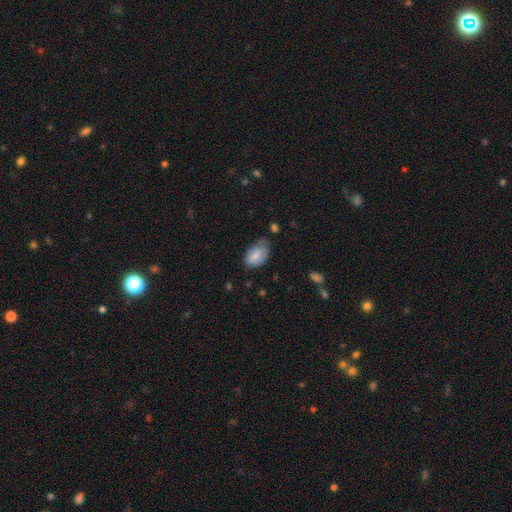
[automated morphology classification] Q: Smooth or featured?
A: smooth (82%); runner-up: featured or disk (11%)
Q: How rounded?
A: in between (92%); runner-up: round (7%)
Q: Merging?
A: none (52%); runner-up: minor disturbance (37%)